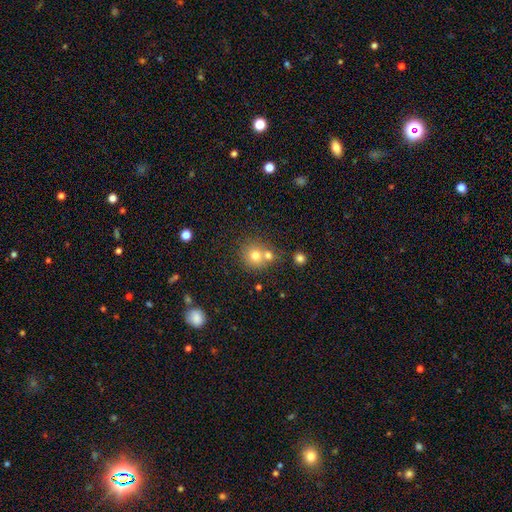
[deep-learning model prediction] smooth 74%, featured or disk 14%, star or artifact 13%. Down the decision tree: how rounded — round (86%); merging — none (50%).